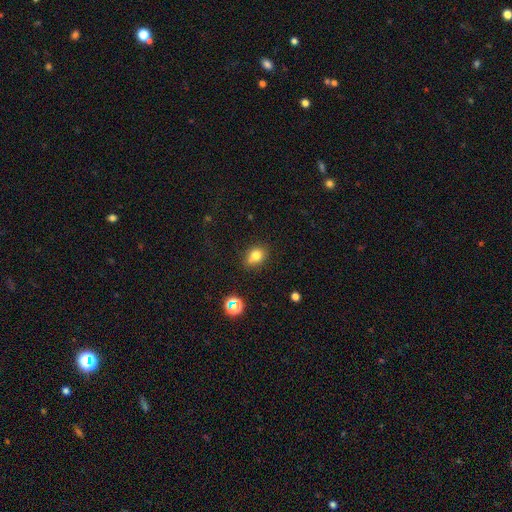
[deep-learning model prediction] A smooth galaxy with no disk features (78%) that is round (52%).

Vote fractions:
- Smooth or featured? smooth: 78% / star or artifact: 13% / featured or disk: 9%
- How rounded? round: 52% / in between: 47% / cigar-shaped: 1%
- Merging? none: 68% / minor disturbance: 19% / merger: 9% / major disturbance: 4%